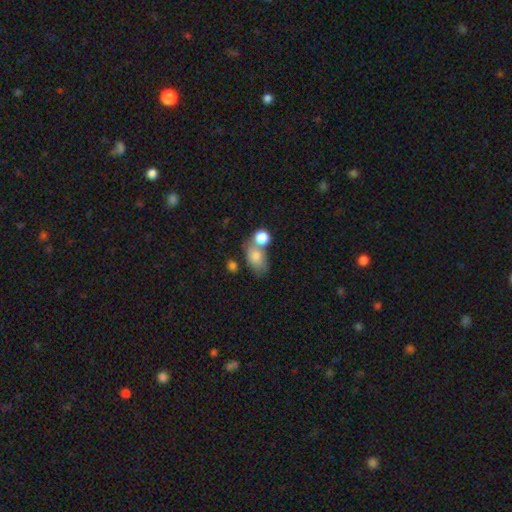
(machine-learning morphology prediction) Smooth or featured? smooth (78%)
How rounded? in between (80%)
Merging? none (41%)